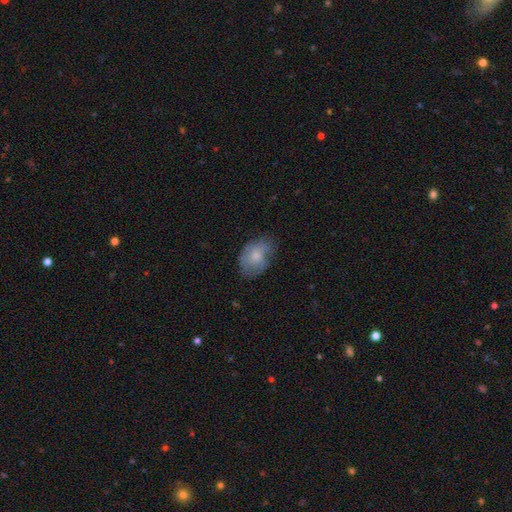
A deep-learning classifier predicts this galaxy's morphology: The model was most divided on "merging": none: 60%, minor disturbance: 29%, major disturbance: 10%, merger: 1%. More confident: how rounded — in between (81%); smooth or featured — smooth (64%).